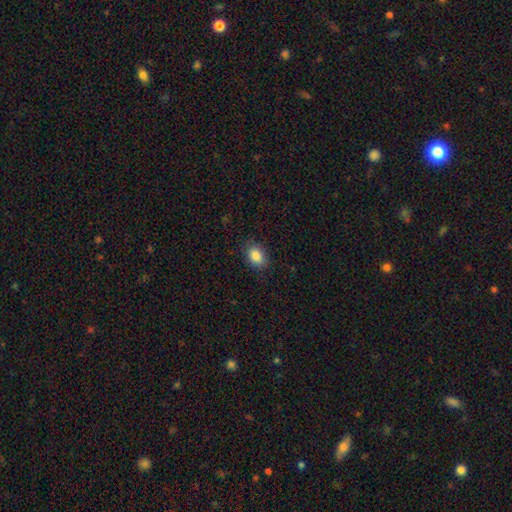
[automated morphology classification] This is clearly a smooth galaxy (86%). How rounded: likely in between (80%). Merging: clearly none (86%).